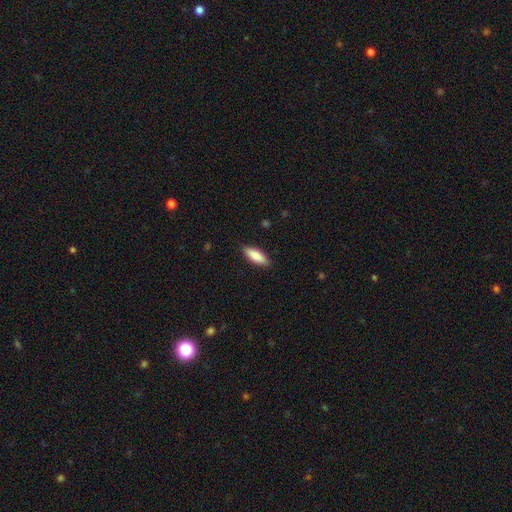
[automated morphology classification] This appears to be a smooth galaxy with no disk features (83%) that is in between round and cigar-shaped (61%). Merging: none (88%).